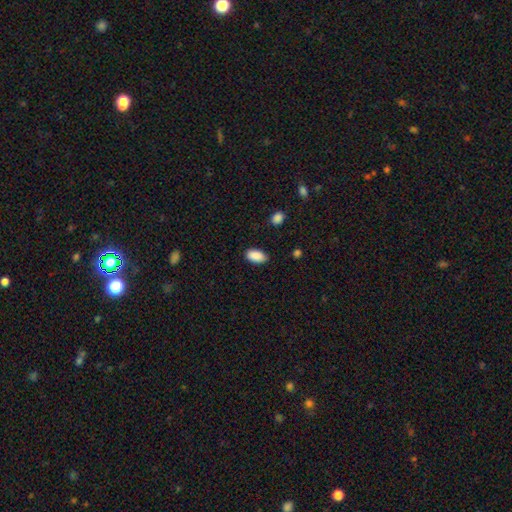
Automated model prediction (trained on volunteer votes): smooth 90%, star or artifact 7%, featured or disk 3%. Down the decision tree: how rounded — in between (94%); merging — none (85%).